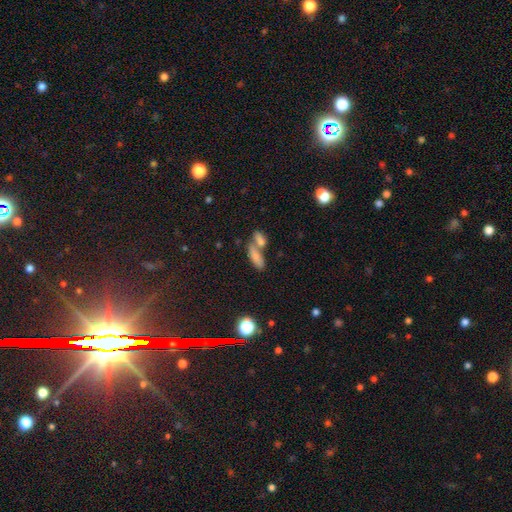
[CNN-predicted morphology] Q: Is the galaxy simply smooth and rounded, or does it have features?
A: smooth — 77%.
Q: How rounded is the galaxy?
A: in between — 63%.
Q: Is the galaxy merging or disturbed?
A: merger — 52%.